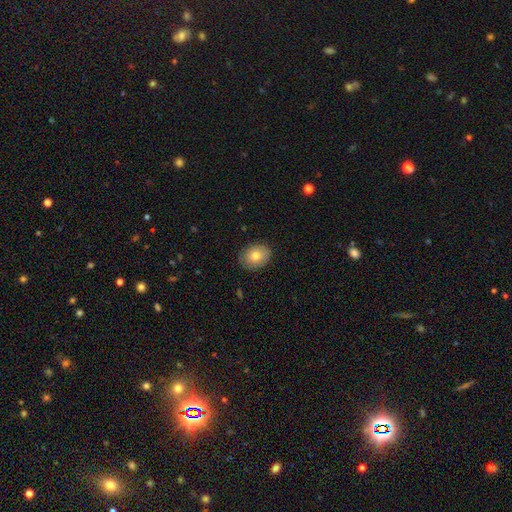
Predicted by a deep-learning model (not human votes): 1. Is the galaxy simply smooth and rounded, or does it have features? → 76% smooth, 16% featured or disk, 8% star or artifact.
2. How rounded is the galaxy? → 60% in between, 39% round, 1% cigar-shaped.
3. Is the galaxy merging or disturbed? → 84% none, 12% minor disturbance, 2% major disturbance, 1% merger.